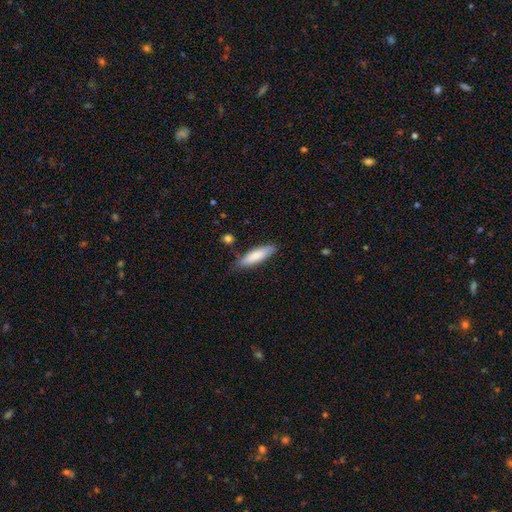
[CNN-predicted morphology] Smooth or featured? Predicted: smooth (p=0.81). How rounded? Predicted: cigar-shaped (p=0.70). Merging? Predicted: none (p=0.80).